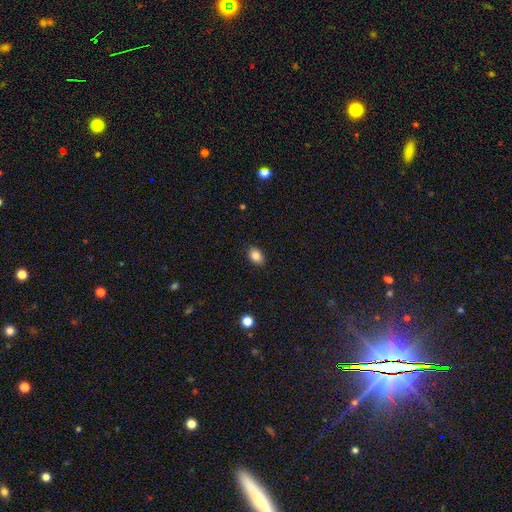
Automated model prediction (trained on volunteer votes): smooth-or-featured: smooth: 86% | star or artifact: 9% | featured or disk: 5%
  how-rounded: in between: 78% | round: 21% | cigar-shaped: 1%
  merging: none: 87% | minor disturbance: 9% | major disturbance: 2% | merger: 1%